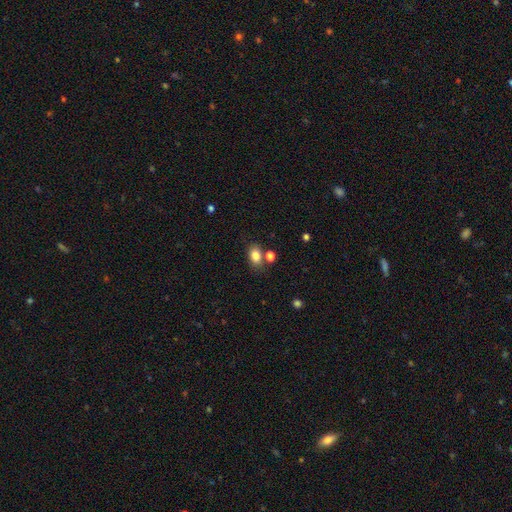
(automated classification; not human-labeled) This is clearly a smooth galaxy (82%). How rounded: likely in between (78%). Merging: likely none (68%).